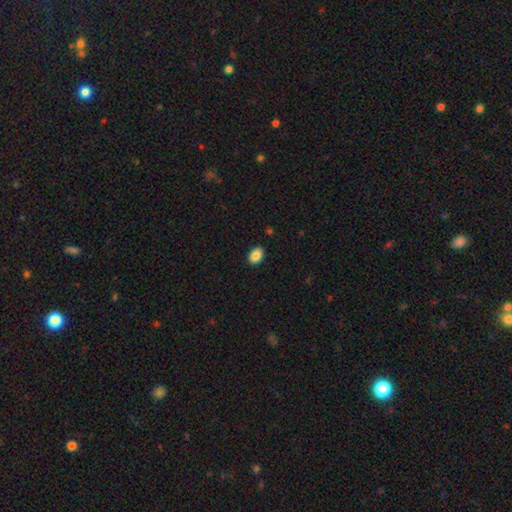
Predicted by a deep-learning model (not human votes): Morphology: type=smooth (88%); roundness=in between (79%); merging=none (89%).